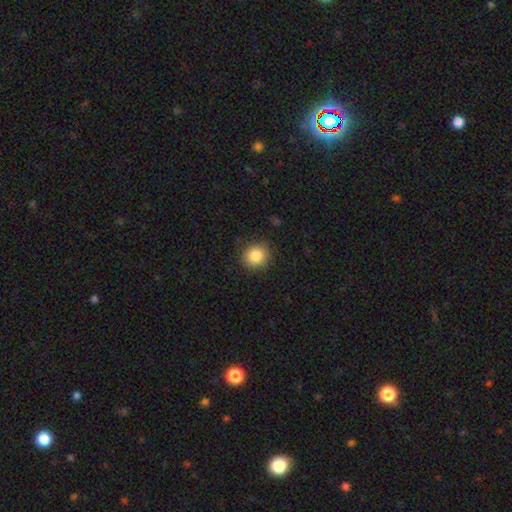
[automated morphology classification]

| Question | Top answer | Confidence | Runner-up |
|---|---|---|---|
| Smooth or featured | smooth | 86% | star or artifact (9%) |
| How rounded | round | 87% | in between (12%) |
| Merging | none | 87% | minor disturbance (10%) |